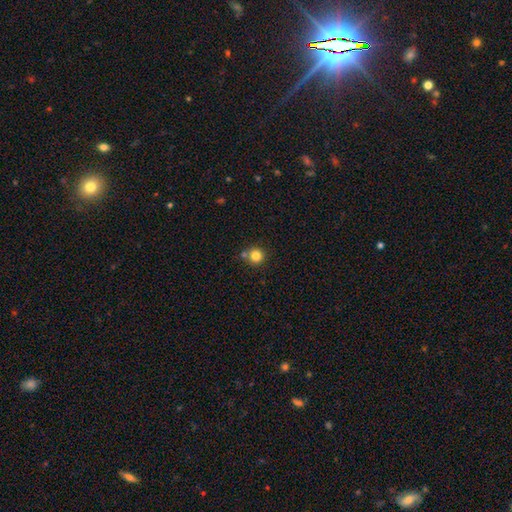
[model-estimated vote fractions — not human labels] Smooth or featured? Predicted: smooth (p=0.82). How rounded? Predicted: round (p=0.94). Merging? Predicted: none (p=0.72).